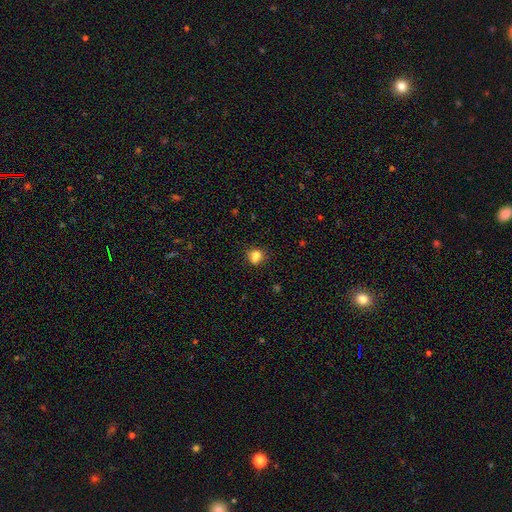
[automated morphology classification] Smooth or featured: smooth — 76% (star or artifact — 12%)
How rounded: round — 65% (in between — 33%)
Merging: none — 51% (merger — 29%)